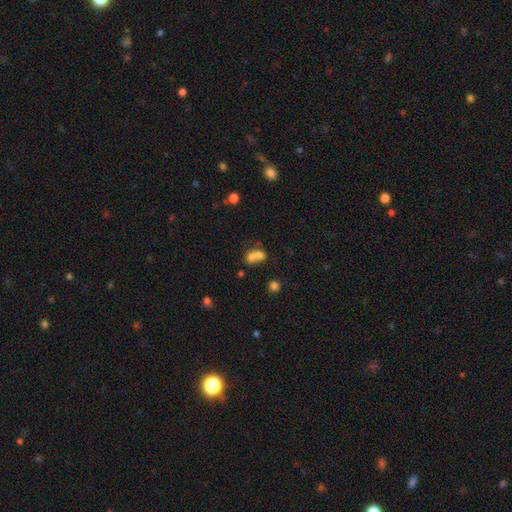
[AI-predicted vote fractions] Smooth or featured?
  - smooth: 69% *
  - featured or disk: 18%
  - star or artifact: 13%
How rounded?
  - round: 52% *
  - in between: 46%
  - cigar-shaped: 2%
Merging?
  - merger: 69% *
  - none: 21%
  - minor disturbance: 6%
  - major disturbance: 4%